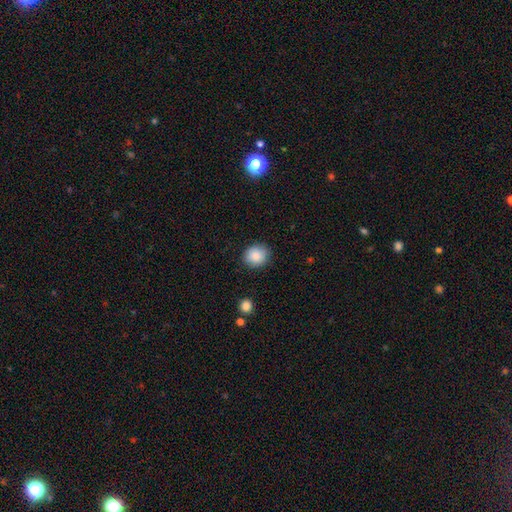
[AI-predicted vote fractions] This is clearly a smooth galaxy (87%). How rounded: likely round (76%). Merging: clearly none (86%).